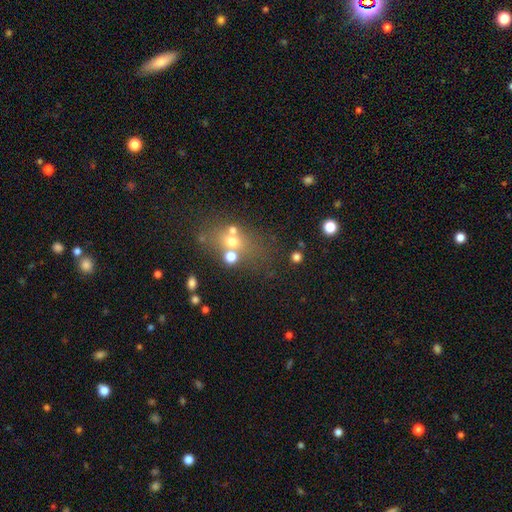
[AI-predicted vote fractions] Smooth or featured?
  - smooth: 41% *
  - star or artifact: 40%
  - featured or disk: 19%
Merging?
  - none: 50% *
  - merger: 35%
  - minor disturbance: 9%
  - major disturbance: 6%